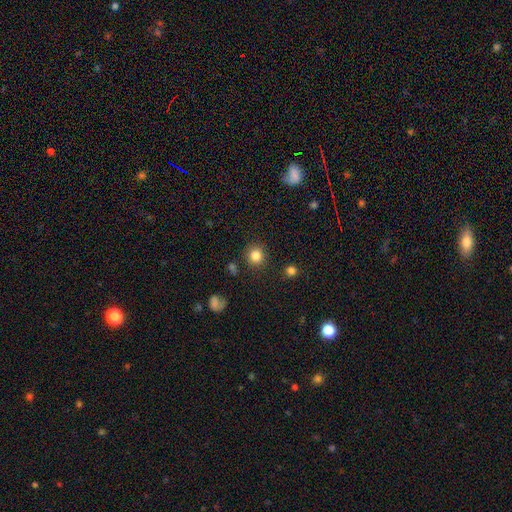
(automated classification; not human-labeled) Q: Smooth or featured?
A: smooth (84%); runner-up: star or artifact (11%)
Q: How rounded?
A: round (90%); runner-up: in between (9%)
Q: Merging?
A: none (87%); runner-up: minor disturbance (7%)